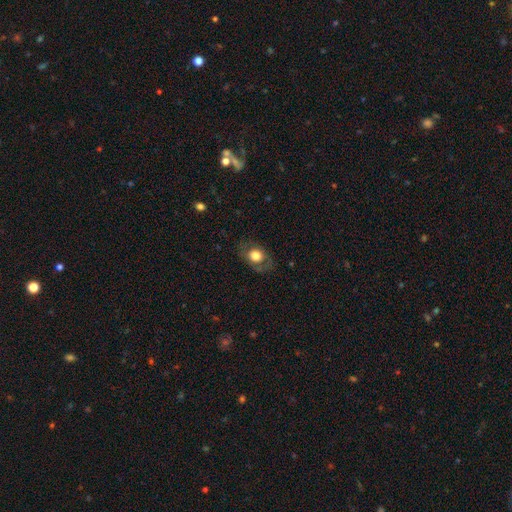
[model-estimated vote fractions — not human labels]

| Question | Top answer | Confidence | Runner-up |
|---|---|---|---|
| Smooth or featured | smooth | 64% | featured or disk (27%) |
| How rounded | in between | 58% | round (41%) |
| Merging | none | 75% | minor disturbance (16%) |